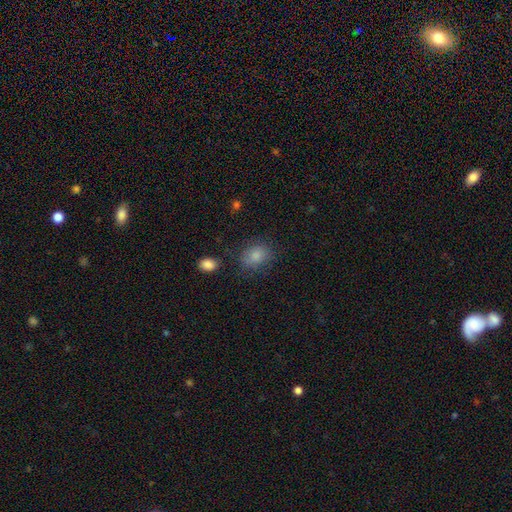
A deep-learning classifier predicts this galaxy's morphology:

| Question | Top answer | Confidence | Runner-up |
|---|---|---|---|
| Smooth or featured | smooth | 84% | star or artifact (9%) |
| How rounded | in between | 61% | round (38%) |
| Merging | none | 73% | minor disturbance (17%) |